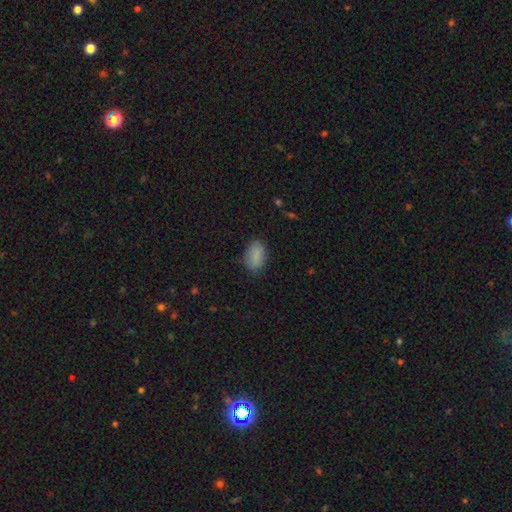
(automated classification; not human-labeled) Overall: smooth (86%). How rounded: in between (90%). Merging: none (77%).